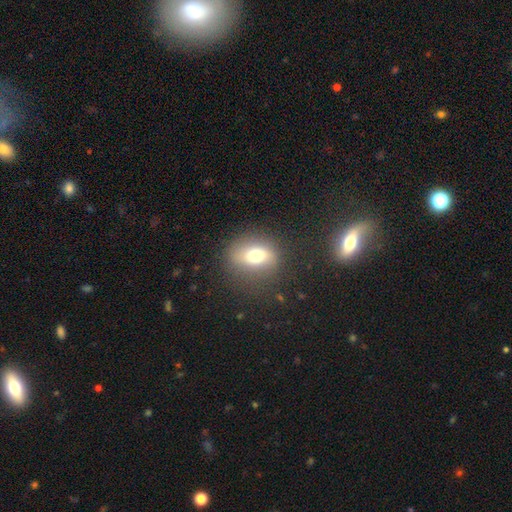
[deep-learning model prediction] The model was most divided on "how rounded": round: 52%, in between: 46%, cigar-shaped: 2%. More confident: merging — none (78%); smooth or featured — smooth (69%).